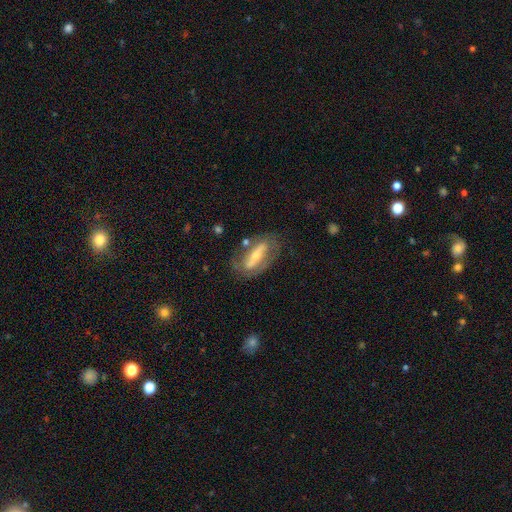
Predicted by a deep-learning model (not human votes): This is likely a featured or disk galaxy (69%). It is likely not viewed edge-on (73%). Bar: likely strong (65%). Spiral arm pattern: possibly yes (58%). Central bulge: possibly small (47%). Merging: likely none (64%).